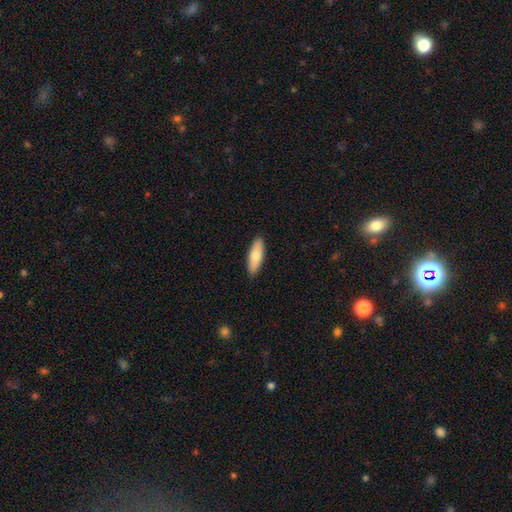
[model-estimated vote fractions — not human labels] smooth-or-featured: smooth: 74% | featured or disk: 21% | star or artifact: 5%
  how-rounded: in between: 60% | cigar-shaped: 38% | round: 2%
  merging: none: 91% | minor disturbance: 7% | major disturbance: 1% | merger: 1%